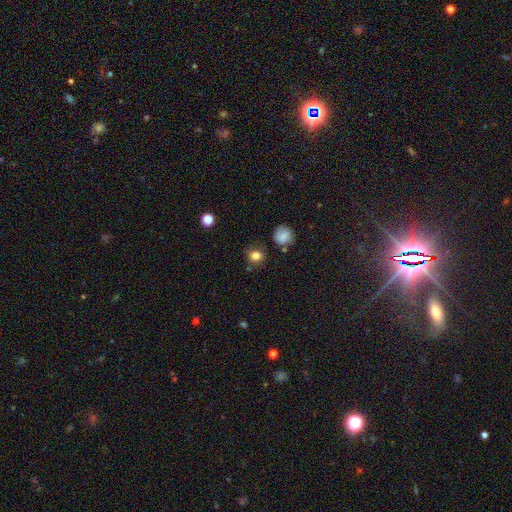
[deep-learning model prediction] Smooth or featured: smooth — 81% (star or artifact — 13%)
How rounded: round — 82% (in between — 17%)
Merging: none — 81% (minor disturbance — 13%)